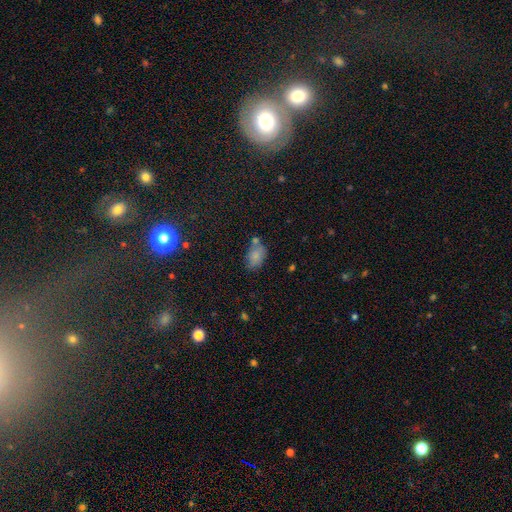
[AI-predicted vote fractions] smooth 79%, featured or disk 11%, star or artifact 10%. Down the decision tree: how rounded — in between (87%); merging — none (52%).